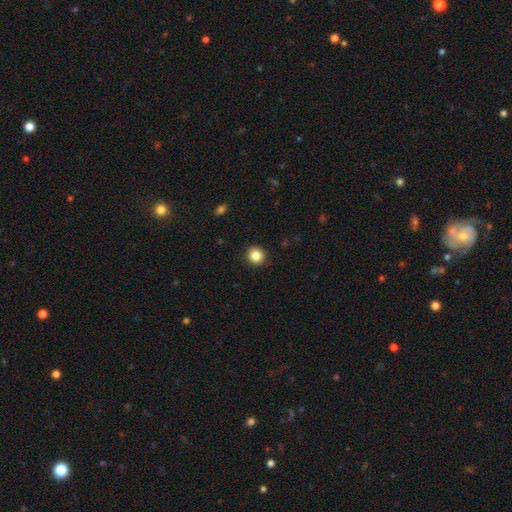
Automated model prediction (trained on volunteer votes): Overall: smooth (85%). How rounded: round (92%). Merging: none (92%).